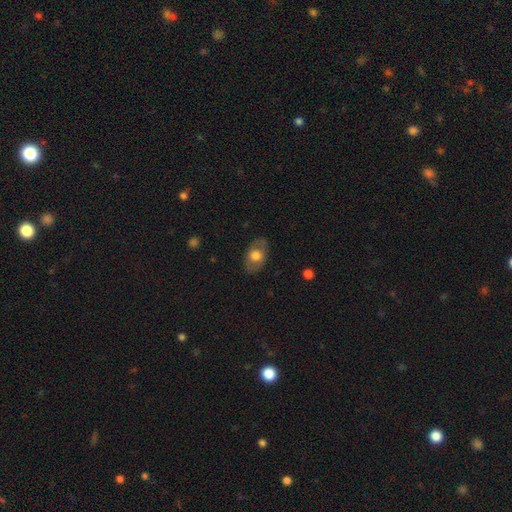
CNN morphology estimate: This is likely a smooth galaxy (64%). How rounded: clearly in between (83%). Merging: clearly none (80%).